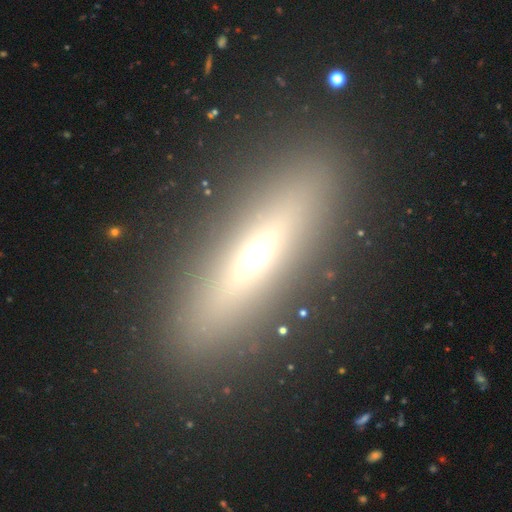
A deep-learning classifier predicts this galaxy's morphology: A featured or disk galaxy (45%). Merging: none (86%).